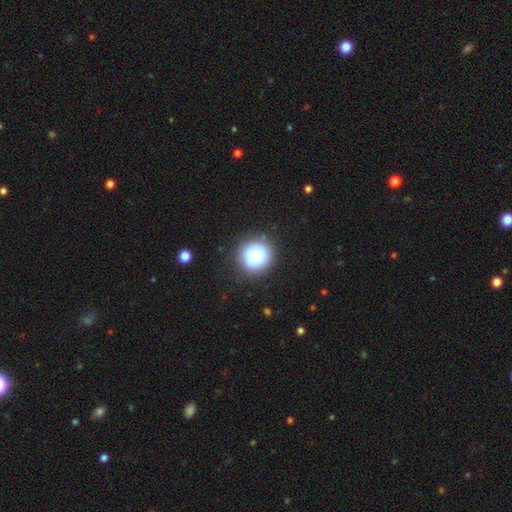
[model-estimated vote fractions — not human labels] smooth_or_featured: smooth (p=0.74) [alt: featured or disk p=0.17]
how_rounded: round (p=0.94) [alt: in between p=0.05]
merging: none (p=0.85) [alt: minor disturbance p=0.10]